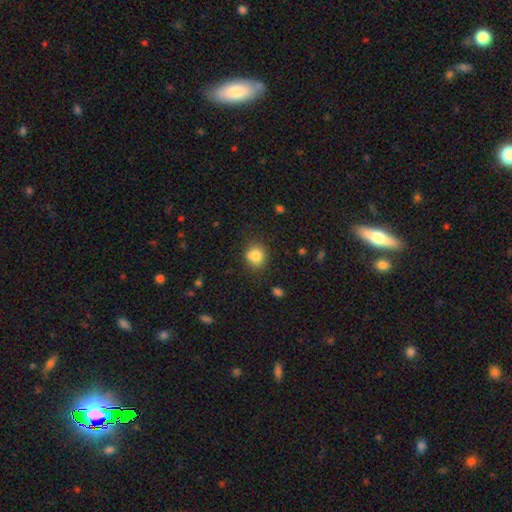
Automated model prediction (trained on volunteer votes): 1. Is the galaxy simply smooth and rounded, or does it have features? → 82% smooth, 11% star or artifact, 7% featured or disk.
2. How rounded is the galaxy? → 79% round, 20% in between, 1% cigar-shaped.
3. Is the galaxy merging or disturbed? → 75% none, 15% minor disturbance, 6% merger, 4% major disturbance.